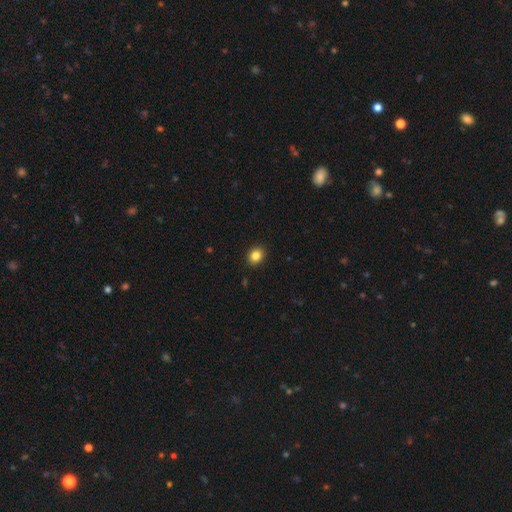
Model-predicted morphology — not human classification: Smooth or featured? smooth (85%)
How rounded? round (67%)
Merging? none (91%)